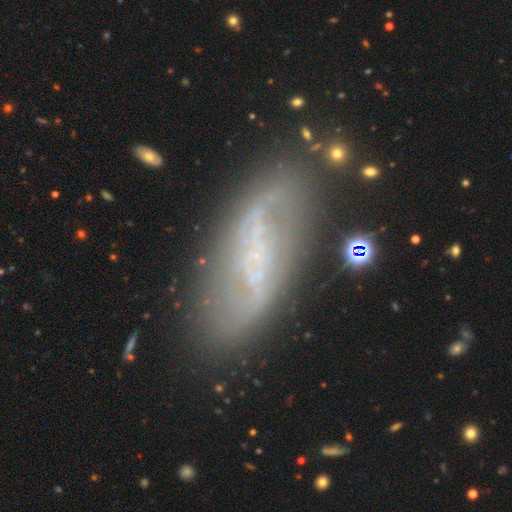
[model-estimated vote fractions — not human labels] The model was most divided on "bulge size": none: 46%, small: 44%, moderate: 8%, large: 2%, dominant: 1%. Remaining: edge-on disk — no (88%); spiral arms — yes (74%); merging — none (74%); smooth or featured — featured or disk (68%); bar — weak (40%).